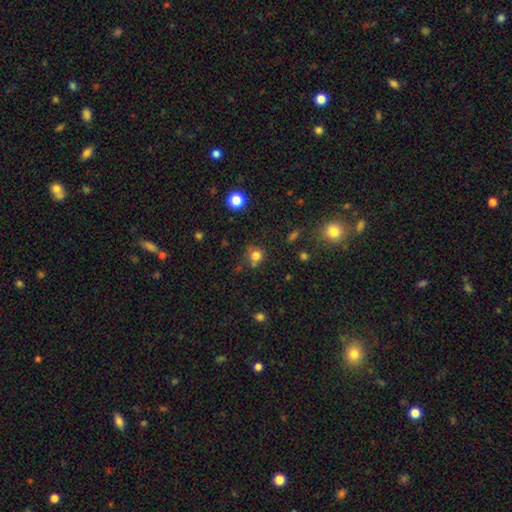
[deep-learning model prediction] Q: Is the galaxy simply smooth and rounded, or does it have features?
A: smooth — 77%.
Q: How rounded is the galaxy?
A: round — 81%.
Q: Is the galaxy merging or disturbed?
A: none — 59%.